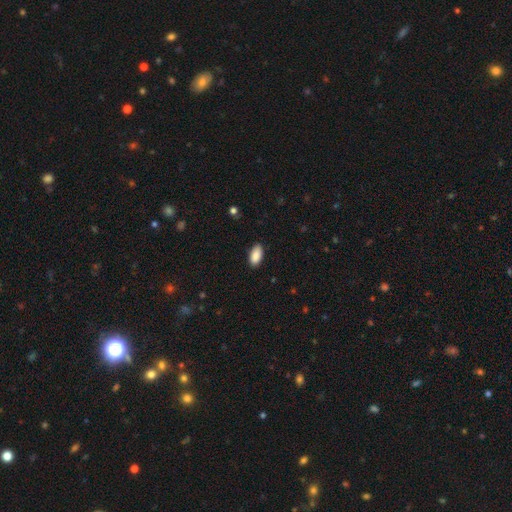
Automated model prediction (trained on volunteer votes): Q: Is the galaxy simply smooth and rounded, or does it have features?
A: smooth — 89%.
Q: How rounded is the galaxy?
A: in between — 94%.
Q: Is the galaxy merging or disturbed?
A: none — 87%.